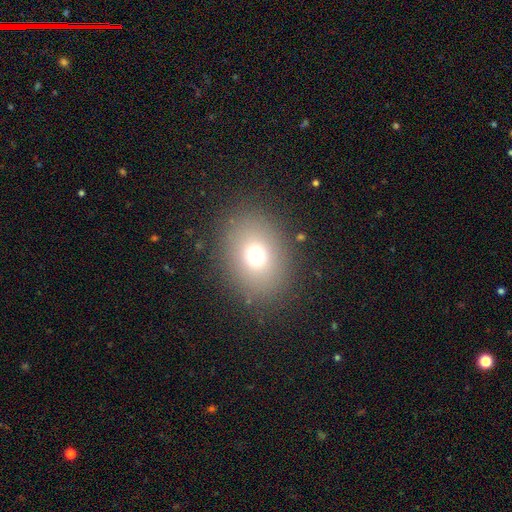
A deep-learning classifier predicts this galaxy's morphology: This is likely a smooth galaxy (72%). How rounded: possibly in between (59%). Merging: clearly none (85%).